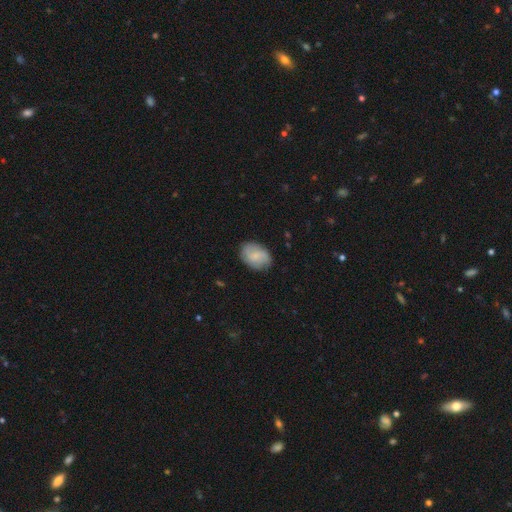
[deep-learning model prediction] smooth_or_featured: smooth (p=0.66) [alt: featured or disk p=0.27]
how_rounded: in between (p=0.78) [alt: round p=0.21]
merging: none (p=0.81) [alt: minor disturbance p=0.15]